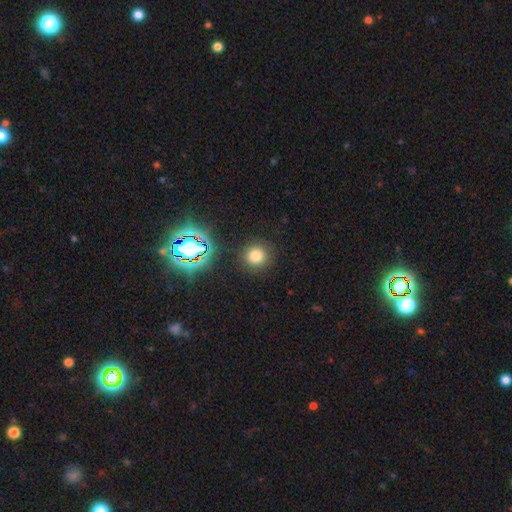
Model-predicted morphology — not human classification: smooth-or-featured: smooth: 73% | star or artifact: 20% | featured or disk: 7%
  how-rounded: round: 93% | in between: 6% | cigar-shaped: 1%
  merging: none: 89% | minor disturbance: 6% | major disturbance: 3% | merger: 2%